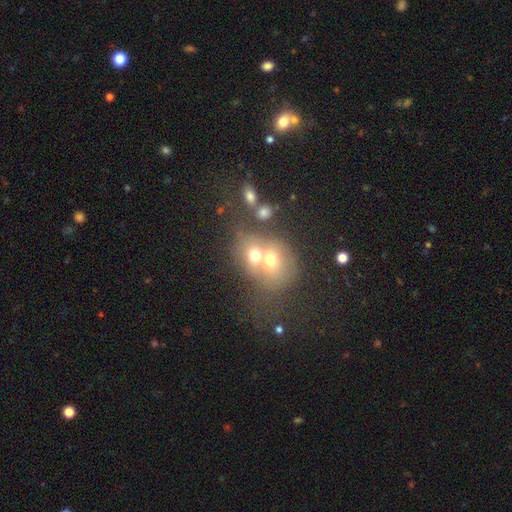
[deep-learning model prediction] The model was most divided on "how rounded": round: 62%, in between: 36%, cigar-shaped: 1%. More confident: merging — merger (67%); smooth or featured — smooth (62%).